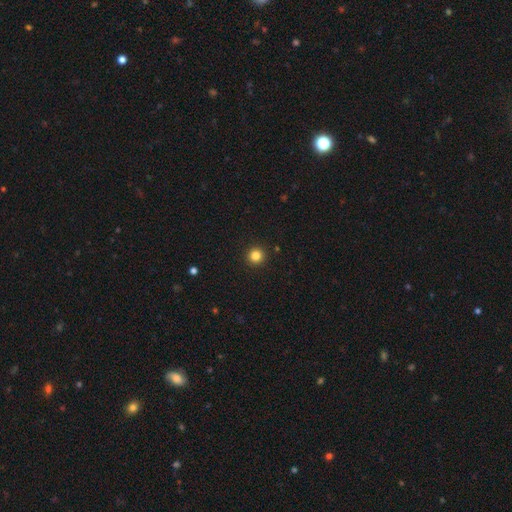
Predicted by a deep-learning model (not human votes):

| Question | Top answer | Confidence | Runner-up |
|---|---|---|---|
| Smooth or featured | smooth | 84% | star or artifact (12%) |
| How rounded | round | 96% | in between (3%) |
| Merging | none | 93% | minor disturbance (4%) |